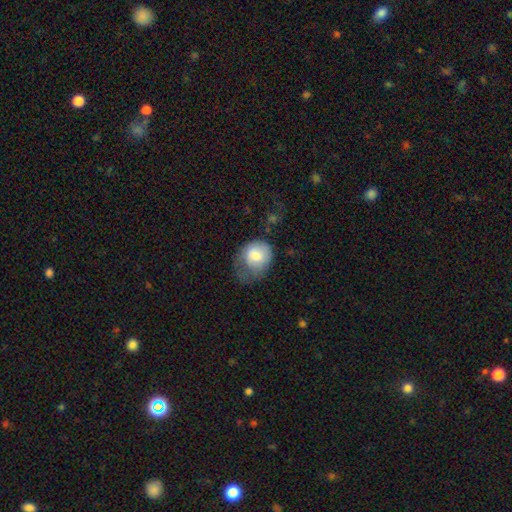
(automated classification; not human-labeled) Overall: smooth (77%). How rounded: round (57%; in between 42%). Merging: minor disturbance (37%; major disturbance 36%).